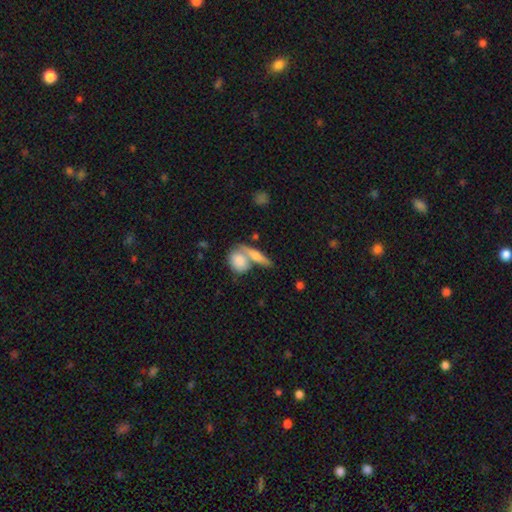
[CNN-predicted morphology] Overall: smooth (66%; featured or disk 27%). How rounded: in between (47%; cigar-shaped 34%). Merging: none (43%, tied with merger).